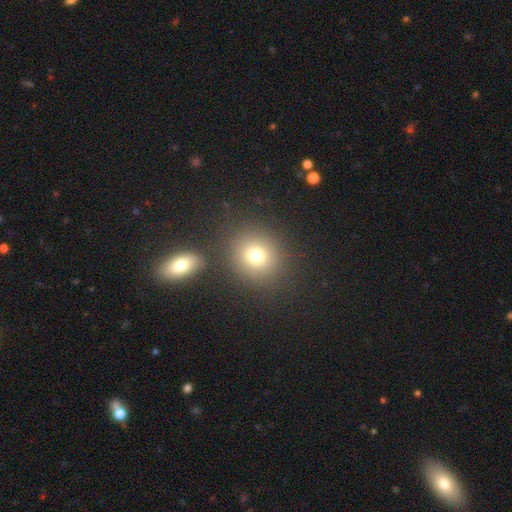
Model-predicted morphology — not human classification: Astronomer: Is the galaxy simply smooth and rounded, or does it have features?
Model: smooth — 75%.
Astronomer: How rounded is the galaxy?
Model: round — 80%.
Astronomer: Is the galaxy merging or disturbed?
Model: none — 78%.